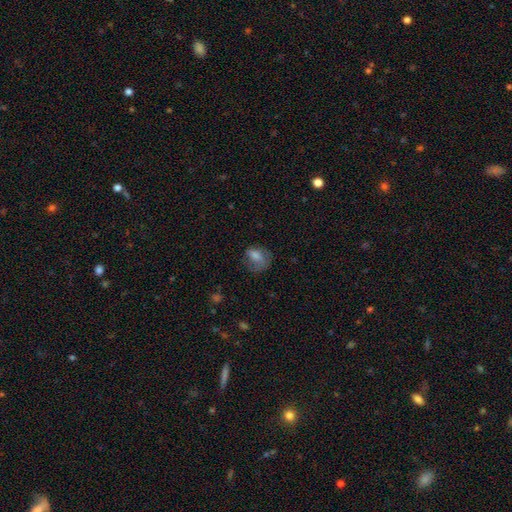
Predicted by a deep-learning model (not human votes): Smooth or featured?
  - smooth: 62% *
  - featured or disk: 26%
  - star or artifact: 12%
How rounded?
  - in between: 59% *
  - round: 39%
  - cigar-shaped: 2%
Merging?
  - none: 48% *
  - minor disturbance: 26%
  - major disturbance: 24%
  - merger: 2%